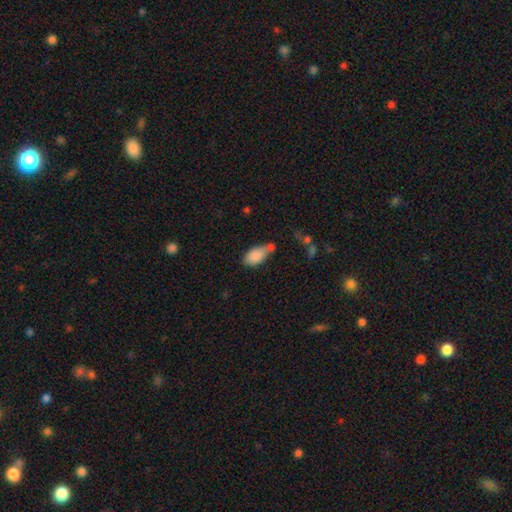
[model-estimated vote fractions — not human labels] Smooth or featured? smooth (85%)
How rounded? in between (92%)
Merging? none (47%)